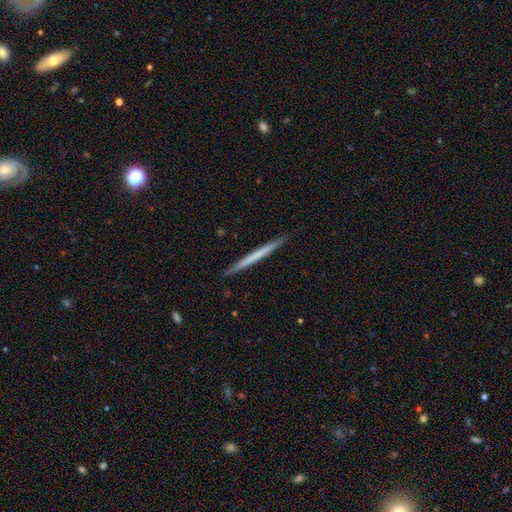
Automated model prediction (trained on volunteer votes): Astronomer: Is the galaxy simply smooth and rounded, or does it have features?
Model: smooth — 54% (runner-up: featured or disk, 41%).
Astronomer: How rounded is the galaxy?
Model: cigar-shaped — 98%.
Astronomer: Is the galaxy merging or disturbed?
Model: none — 92%.